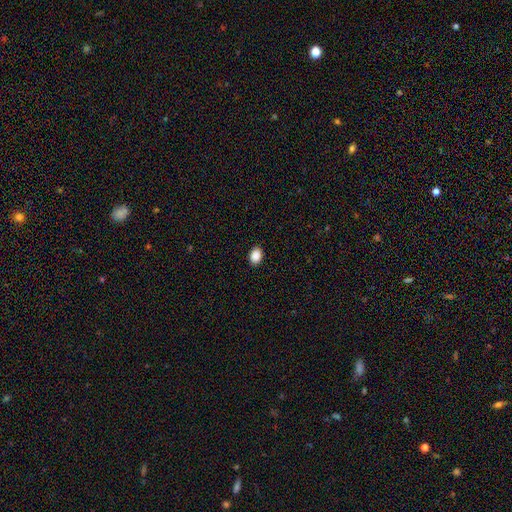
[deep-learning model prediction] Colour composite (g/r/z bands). It shows a smooth galaxy with no disk features (89%) that is in between round and cigar-shaped (74%). Merging: none (91%).